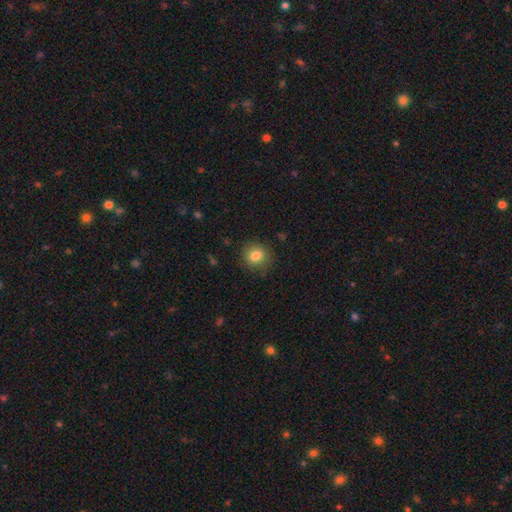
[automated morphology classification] The model was most divided on "how rounded": round: 83%, in between: 16%, cigar-shaped: 1%. More confident: merging — none (86%); smooth or featured — smooth (82%).